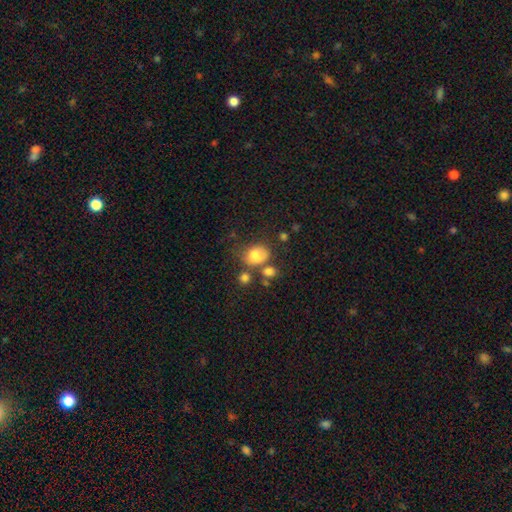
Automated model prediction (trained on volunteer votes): Overall: smooth (77%). How rounded: in between (56%; round 43%). Merging: none (41%; minor disturbance 23%).